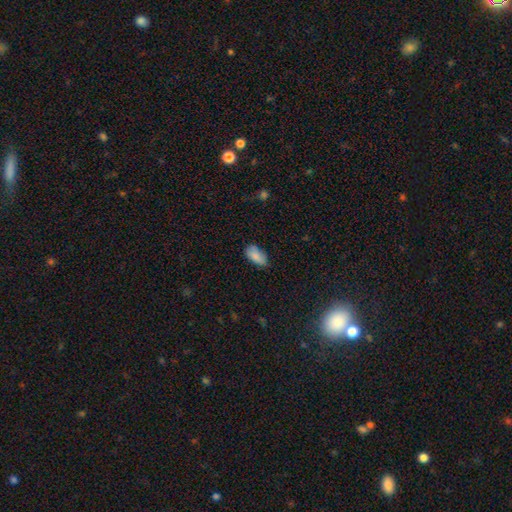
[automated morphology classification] smooth-or-featured: smooth: 85% | star or artifact: 7% | featured or disk: 7%
  how-rounded: in between: 93% | cigar-shaped: 4% | round: 3%
  merging: none: 74% | minor disturbance: 21% | major disturbance: 4% | merger: 1%